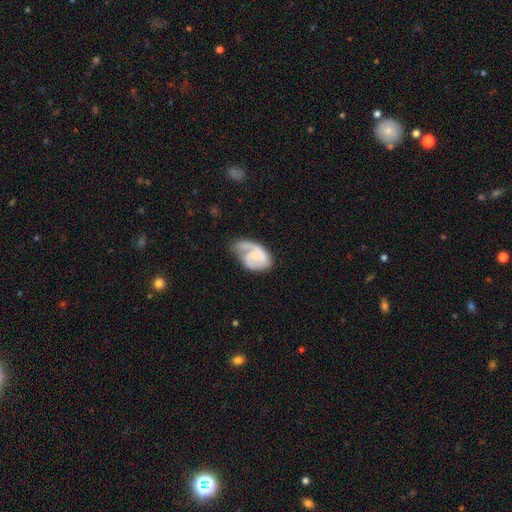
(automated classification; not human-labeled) smooth-or-featured: featured or disk: 69% | smooth: 25% | star or artifact: 6%
  disk-edge-on: no: 97% | yes: 3%
    bar: no: 62% | weak: 31% | strong: 7%
    has-spiral-arms: yes: 90% | no: 10%
      spiral-winding: medium: 41% | tight: 38% | loose: 20%
      spiral-arm-count: 2: 45% | 1: 39% | can't tell: 10% | 3: 4% | 4: 1% | more than 4: 1%
    bulge-size: small: 48% | none: 30% | moderate: 18% | large: 3% | dominant: 1%
  merging: none: 41% | minor disturbance: 30% | major disturbance: 26% | merger: 3%